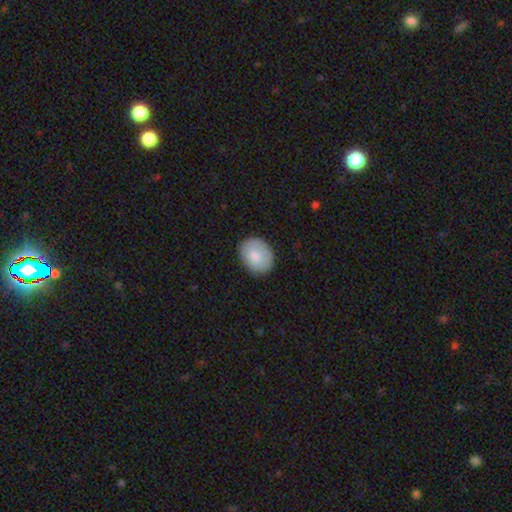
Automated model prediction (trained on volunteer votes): Smooth or featured?
  - smooth: 81% *
  - featured or disk: 13%
  - star or artifact: 6%
How rounded?
  - in between: 56% *
  - round: 43%
  - cigar-shaped: 1%
Merging?
  - none: 83% *
  - minor disturbance: 13%
  - major disturbance: 3%
  - merger: 1%